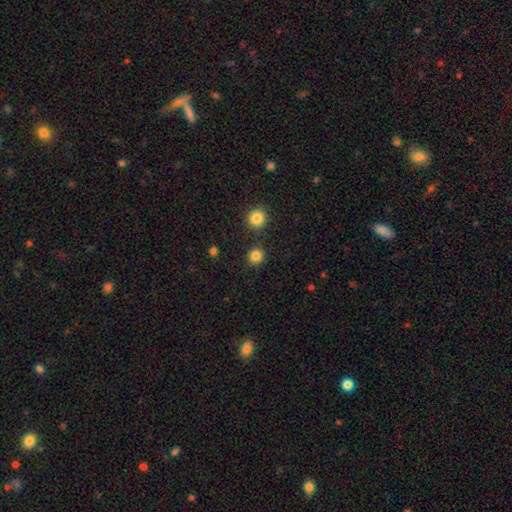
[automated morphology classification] smooth_or_featured: smooth (p=0.84) [alt: star or artifact p=0.12]
how_rounded: round (p=0.92) [alt: in between p=0.07]
merging: none (p=0.87) [alt: minor disturbance p=0.06]